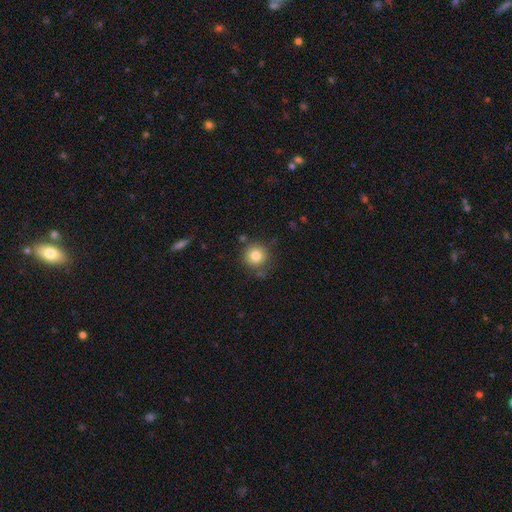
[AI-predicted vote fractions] Smooth or featured: smooth — 81% (star or artifact — 11%)
How rounded: round — 94% (in between — 5%)
Merging: none — 79% (minor disturbance — 12%)